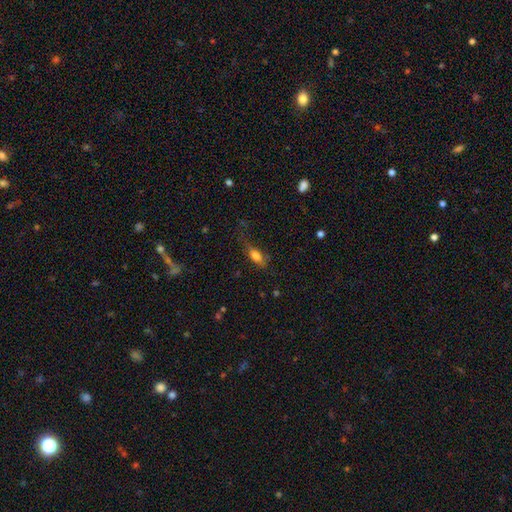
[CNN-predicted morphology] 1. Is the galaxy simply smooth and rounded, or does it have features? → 74% smooth, 16% featured or disk, 9% star or artifact.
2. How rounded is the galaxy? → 72% in between, 22% cigar-shaped, 6% round.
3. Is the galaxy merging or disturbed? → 53% none, 29% minor disturbance, 16% major disturbance, 2% merger.